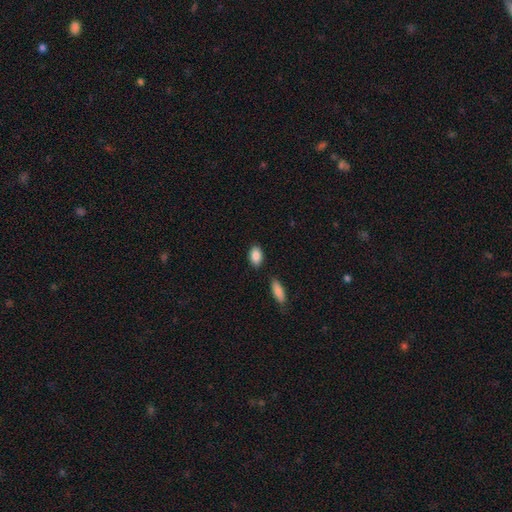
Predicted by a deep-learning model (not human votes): smooth-or-featured: smooth: 88% | star or artifact: 7% | featured or disk: 5%
  how-rounded: in between: 89% | round: 8% | cigar-shaped: 3%
  merging: none: 82% | minor disturbance: 11% | merger: 5% | major disturbance: 3%